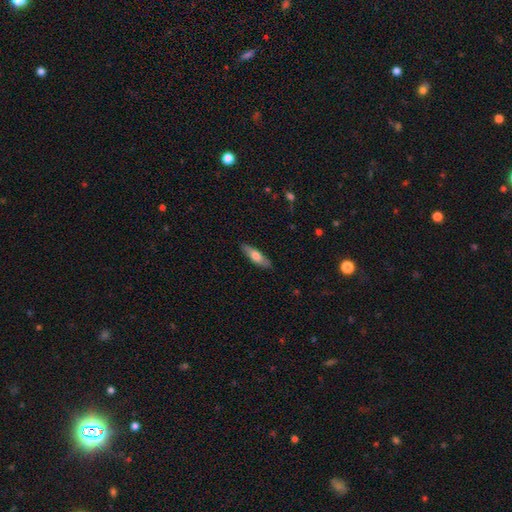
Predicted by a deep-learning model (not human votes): Morphology: type=smooth (64%); roundness=cigar-shaped (52%); merging=none (86%).